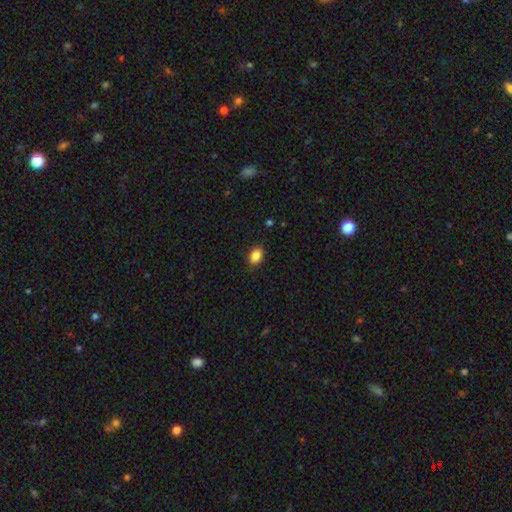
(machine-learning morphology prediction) Smooth or featured? Predicted: smooth (p=0.87). How rounded? Predicted: in between (p=0.83). Merging? Predicted: none (p=0.86).